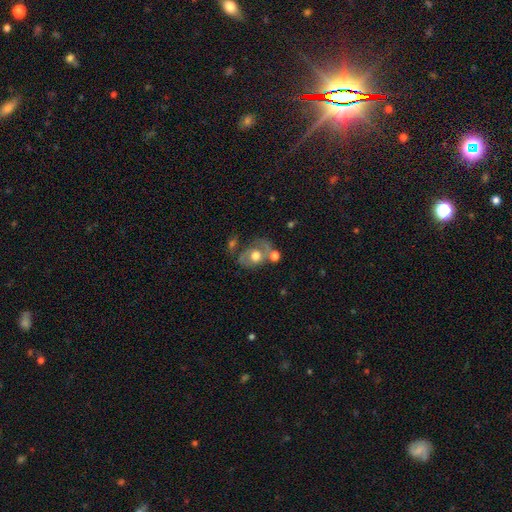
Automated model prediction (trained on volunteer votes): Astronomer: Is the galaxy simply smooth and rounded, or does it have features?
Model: smooth — 46% (runner-up: featured or disk, 45%).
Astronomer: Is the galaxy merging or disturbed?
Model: none — 43% (runner-up: merger, 22%).